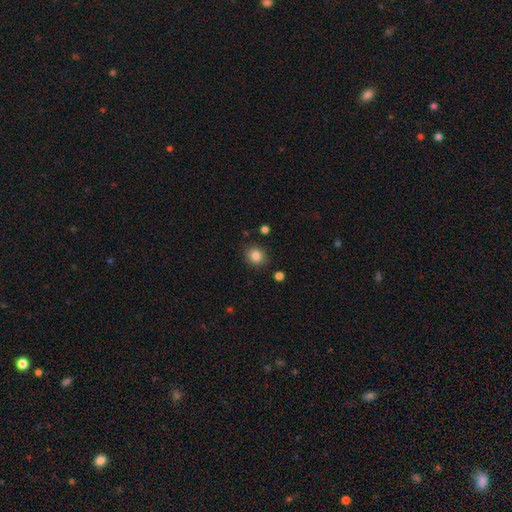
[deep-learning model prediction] A smooth galaxy with no disk features (84%) that is round (76%). Merging: none (87%).